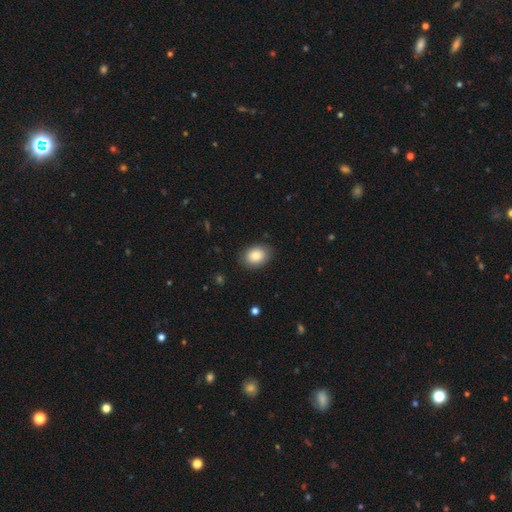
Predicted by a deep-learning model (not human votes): Smooth or featured?
  - smooth: 85% *
  - featured or disk: 8%
  - star or artifact: 7%
How rounded?
  - in between: 72% *
  - round: 27%
  - cigar-shaped: 1%
Merging?
  - none: 86% *
  - minor disturbance: 11%
  - major disturbance: 3%
  - merger: 1%